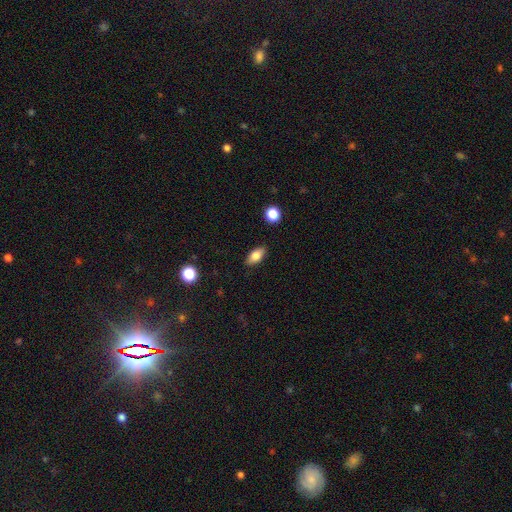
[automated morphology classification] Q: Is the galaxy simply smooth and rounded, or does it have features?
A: smooth — 80%.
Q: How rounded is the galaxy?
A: in between — 87%.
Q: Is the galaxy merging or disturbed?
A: none — 88%.